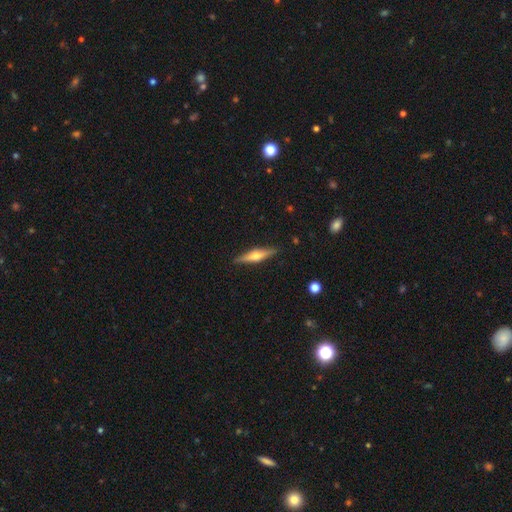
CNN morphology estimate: Q: Smooth or featured?
A: featured or disk (62%); runner-up: smooth (32%)
Q: Edge-on disk?
A: yes (96%); runner-up: no (4%)
Q: Edge-on bulge?
A: rounded (91%); runner-up: boxy (6%)
Q: Merging?
A: none (90%); runner-up: minor disturbance (8%)